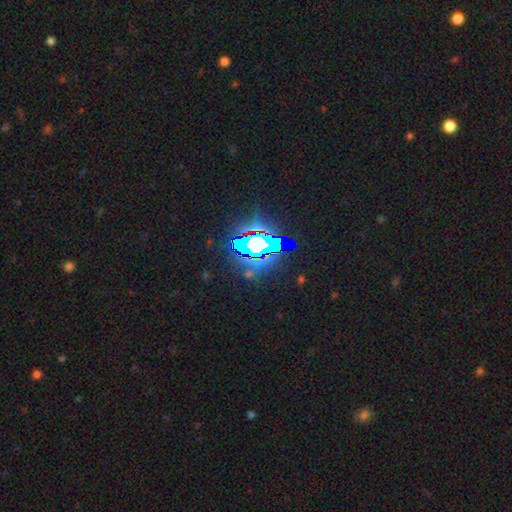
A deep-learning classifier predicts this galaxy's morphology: smooth-or-featured: star or artifact: 85% | smooth: 9% | featured or disk: 7%